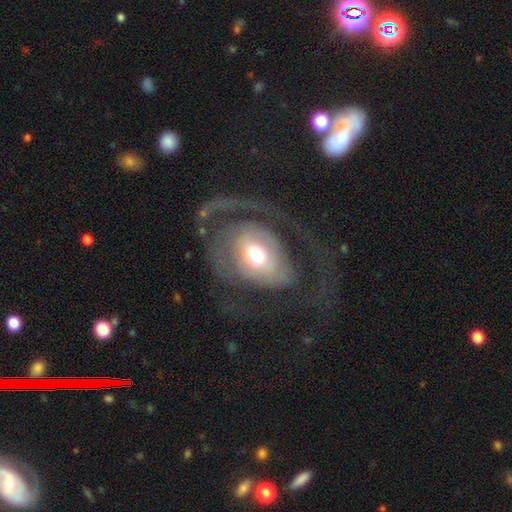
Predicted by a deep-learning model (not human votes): A featured or disk galaxy (67%) with no bar (68%), spiral arms (67%) and a moderate central bulge (65%).

Vote fractions:
- Smooth or featured? featured or disk: 67% / smooth: 27% / star or artifact: 6%
- Edge-on disk? no: 96% / yes: 4%
- Bar? no: 68% / weak: 23% / strong: 9%
- Spiral arms? yes: 67% / no: 33%
- Bulge size? moderate: 65% / small: 18% / large: 14% / dominant: 2% / none: 1%
- Merging? major disturbance: 57% / none: 28% / minor disturbance: 13% / merger: 3%